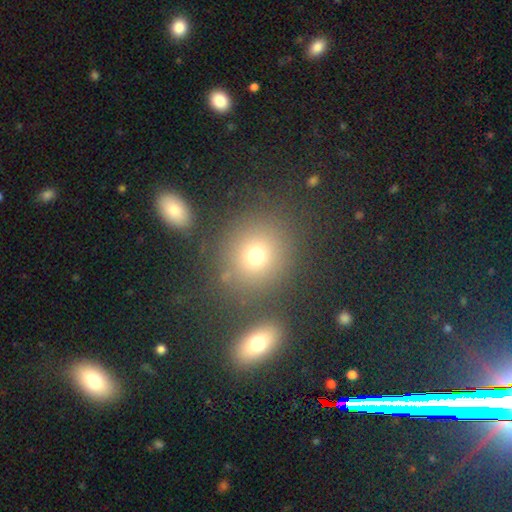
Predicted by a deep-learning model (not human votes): Smooth or featured: smooth — 73% (star or artifact — 16%)
How rounded: round — 80% (in between — 18%)
Merging: none — 77% (merger — 10%)